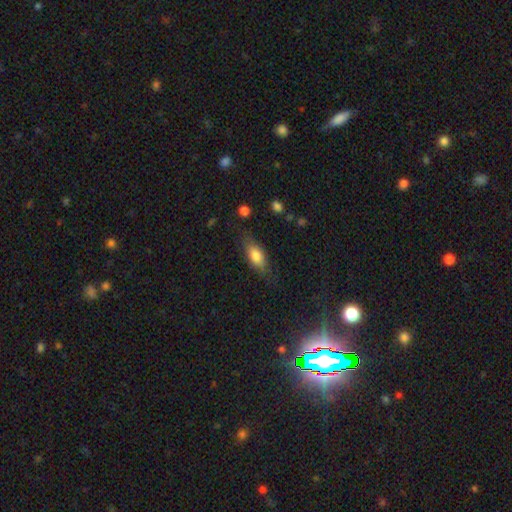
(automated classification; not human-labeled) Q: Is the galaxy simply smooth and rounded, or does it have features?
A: smooth — 74%.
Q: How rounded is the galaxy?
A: in between — 77%.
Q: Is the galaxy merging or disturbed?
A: none — 73%.